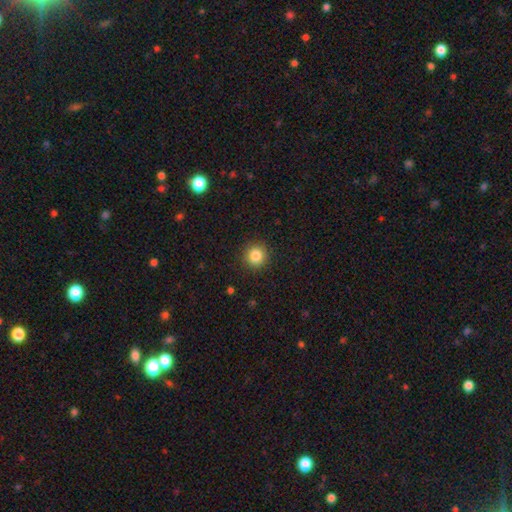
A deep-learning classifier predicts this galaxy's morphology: smooth 85%, star or artifact 10%, featured or disk 5%. Down the decision tree: how rounded — round (93%); merging — none (91%).